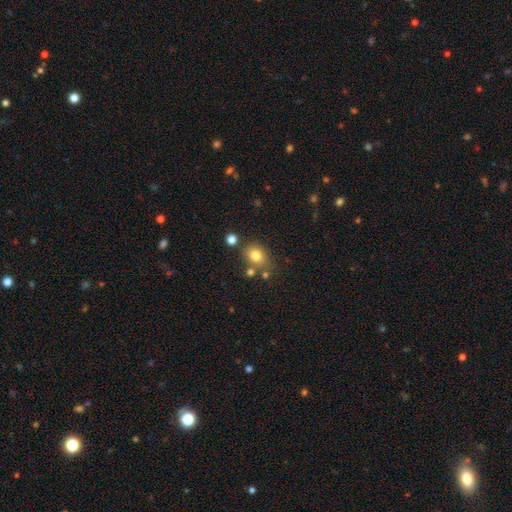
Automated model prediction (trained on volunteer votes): smooth 79%, star or artifact 12%, featured or disk 9%. Down the decision tree: how rounded — in between (53%); merging — none (69%).